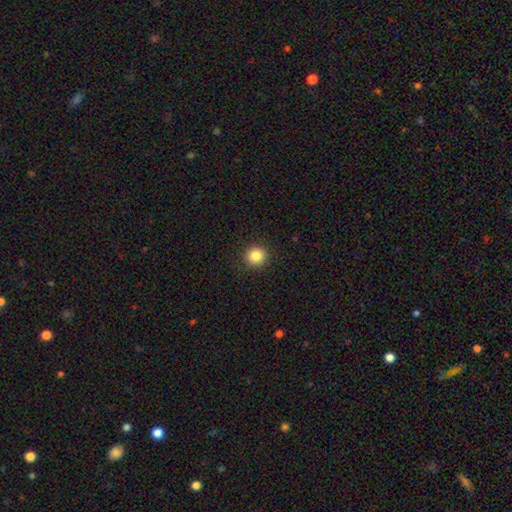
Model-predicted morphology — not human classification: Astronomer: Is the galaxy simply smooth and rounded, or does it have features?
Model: smooth — 85%.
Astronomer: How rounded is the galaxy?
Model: round — 93%.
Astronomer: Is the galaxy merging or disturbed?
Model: none — 92%.